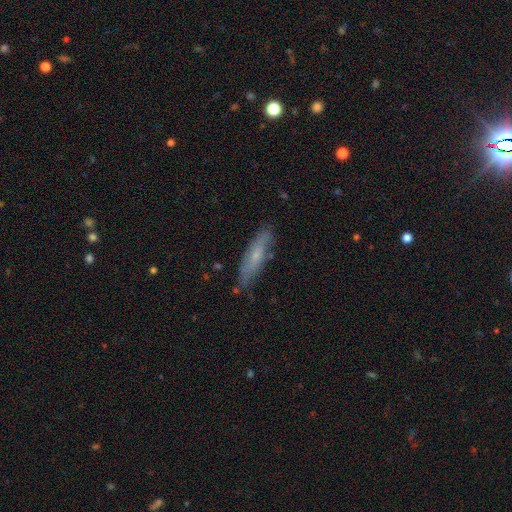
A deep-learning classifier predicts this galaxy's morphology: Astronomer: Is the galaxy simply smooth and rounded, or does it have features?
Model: smooth — 55% (runner-up: featured or disk, 38%).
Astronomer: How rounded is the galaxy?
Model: cigar-shaped — 77%.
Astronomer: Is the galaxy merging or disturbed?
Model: none — 79%.